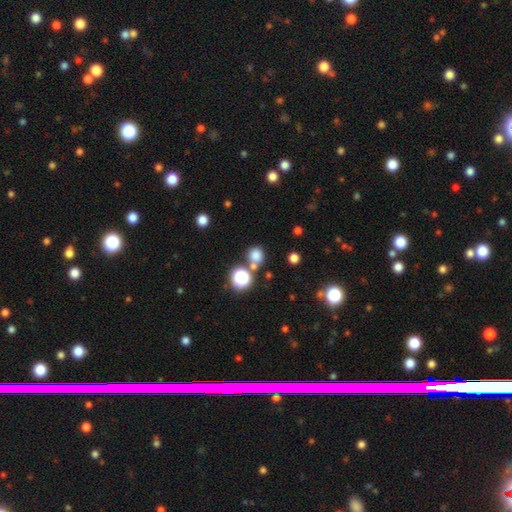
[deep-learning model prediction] The model was most divided on "merging": none: 67%, merger: 19%, minor disturbance: 10%, major disturbance: 4%. More confident: how rounded — round (87%); smooth or featured — smooth (75%).